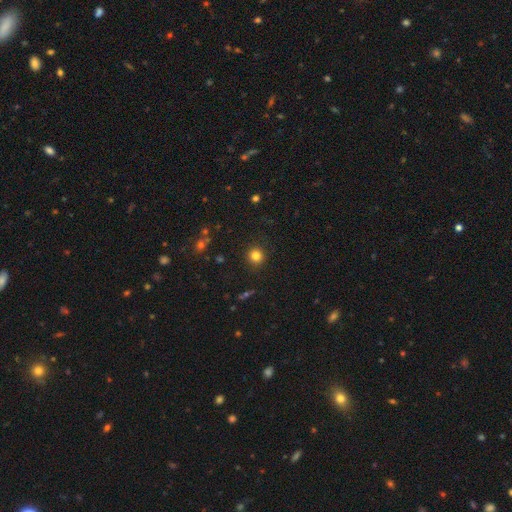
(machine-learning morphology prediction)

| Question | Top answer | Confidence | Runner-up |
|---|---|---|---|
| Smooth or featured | smooth | 82% | star or artifact (13%) |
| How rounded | round | 92% | in between (7%) |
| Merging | none | 90% | minor disturbance (6%) |